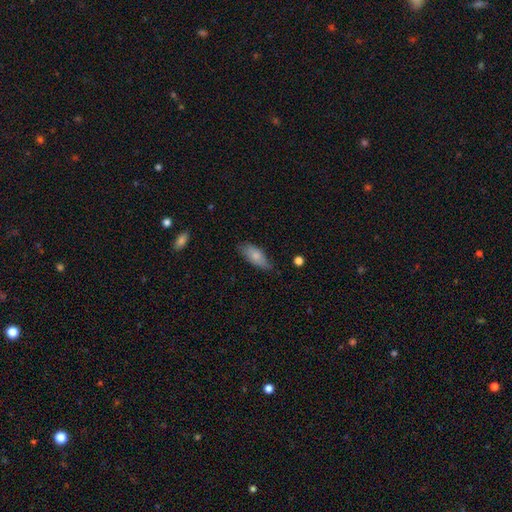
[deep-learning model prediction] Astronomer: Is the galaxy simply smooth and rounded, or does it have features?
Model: smooth — 77%.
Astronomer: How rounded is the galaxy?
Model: in between — 84%.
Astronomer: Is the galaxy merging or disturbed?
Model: none — 64%.